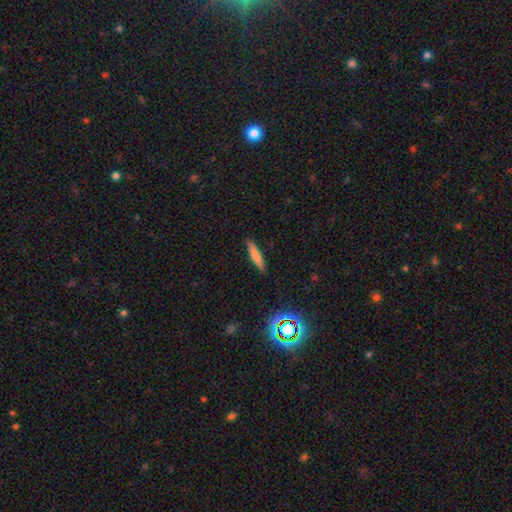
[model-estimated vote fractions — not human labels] This is likely a smooth galaxy (70%). How rounded: clearly cigar-shaped (87%). Merging: clearly none (87%).